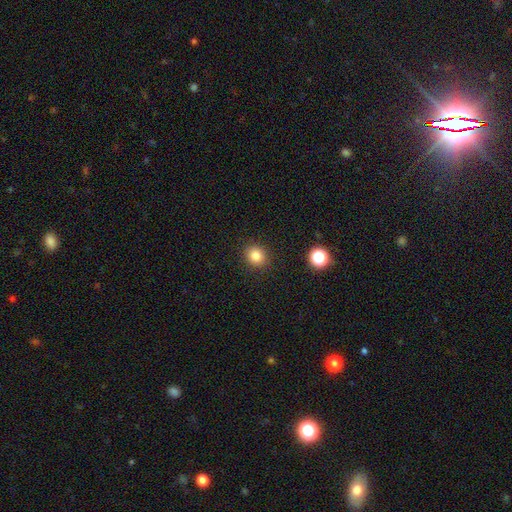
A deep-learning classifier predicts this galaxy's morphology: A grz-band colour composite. It shows a smooth galaxy with no disk features (83%) that is round (73%). Merging: none (89%).